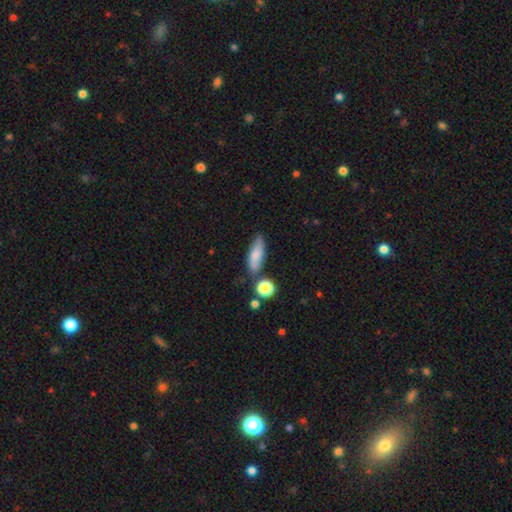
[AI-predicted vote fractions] Smooth or featured? Predicted: smooth (p=0.76). How rounded? Predicted: in between (p=0.61). Merging? Predicted: none (p=0.68).